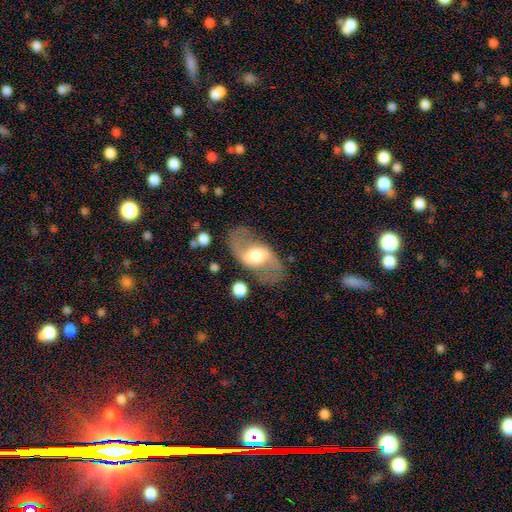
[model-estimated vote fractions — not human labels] Smooth or featured?
  - featured or disk: 70% *
  - smooth: 24%
  - star or artifact: 6%
Edge-on disk?
  - no: 92% *
  - yes: 8%
Bar?
  - weak: 40% *
  - no: 34%
  - strong: 26%
Spiral arms?
  - yes: 75% *
  - no: 25%
Bulge size?
  - moderate: 52% *
  - large: 35%
  - small: 8%
  - dominant: 4%
  - none: 2%
Merging?
  - none: 71% *
  - minor disturbance: 16%
  - major disturbance: 10%
  - merger: 3%